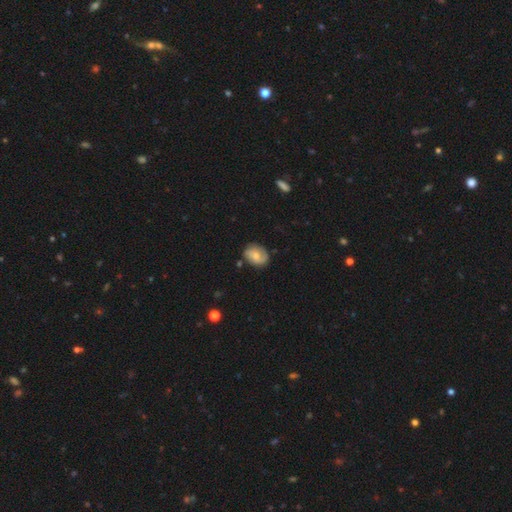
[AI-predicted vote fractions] Smooth or featured?
  - smooth: 53% *
  - featured or disk: 39%
  - star or artifact: 7%
How rounded?
  - in between: 60% *
  - round: 39%
  - cigar-shaped: 1%
Merging?
  - none: 72% *
  - minor disturbance: 21%
  - major disturbance: 4%
  - merger: 3%